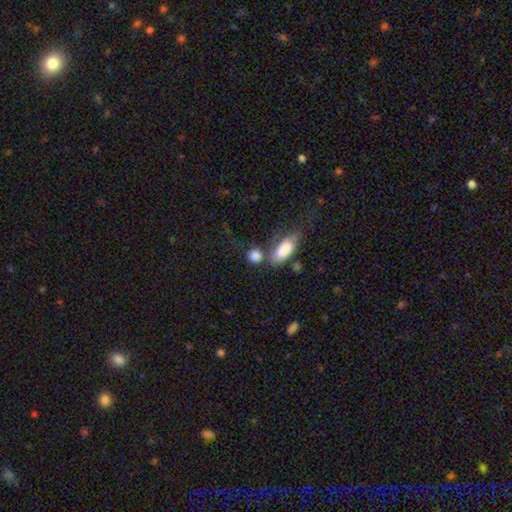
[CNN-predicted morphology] This appears to be a smooth galaxy with no disk features (85%) that is round (47%). Merging: none (53%).